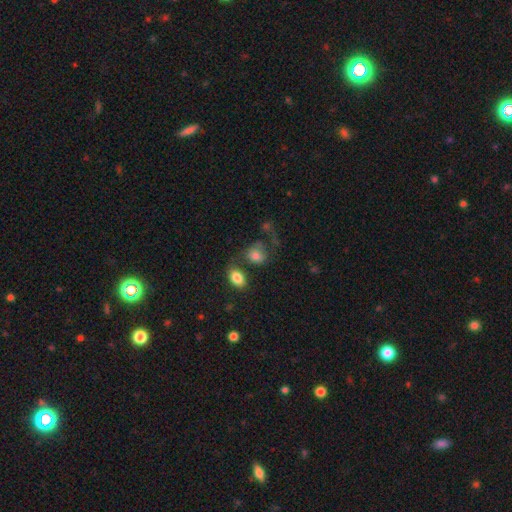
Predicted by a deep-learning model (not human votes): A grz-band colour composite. It shows a smooth galaxy with no disk features (75%) that is in between round and cigar-shaped (55%). Merging: none (39%).